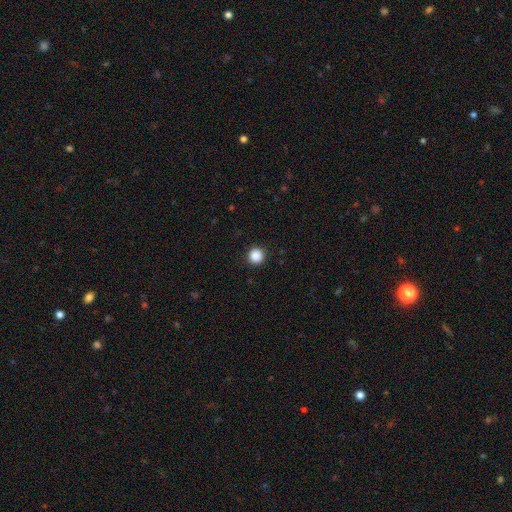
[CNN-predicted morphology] This appears to be a smooth galaxy with no disk features (87%) that is round (96%). Merging: none (92%).